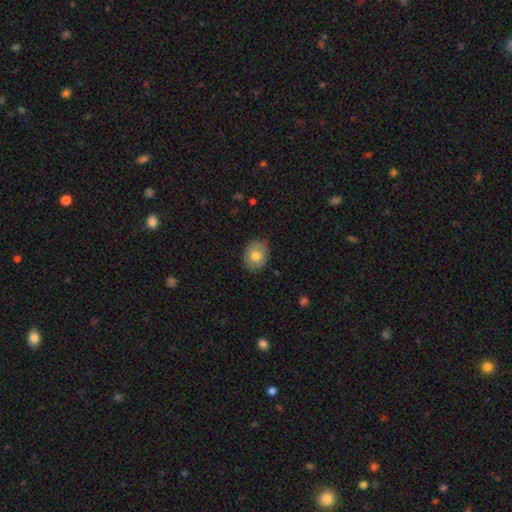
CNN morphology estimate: A smooth galaxy with no disk features (75%) that is round (50%).

Vote fractions:
- Smooth or featured? smooth: 75% / featured or disk: 17% / star or artifact: 8%
- How rounded? round: 50% / in between: 49% / cigar-shaped: 1%
- Merging? none: 80% / minor disturbance: 16% / major disturbance: 3% / merger: 1%